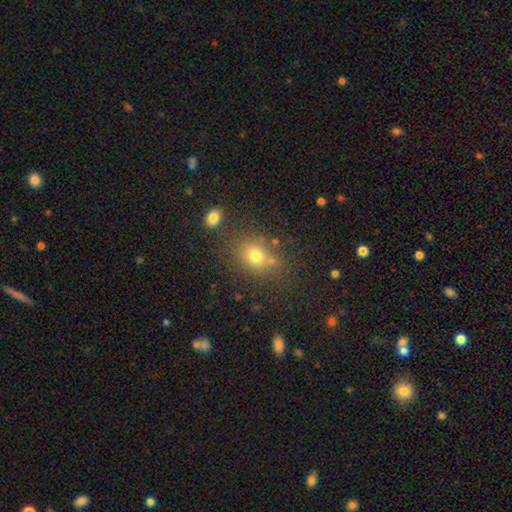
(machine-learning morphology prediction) This is likely a smooth galaxy (73%). How rounded: possibly round (51%). Merging: likely none (72%).